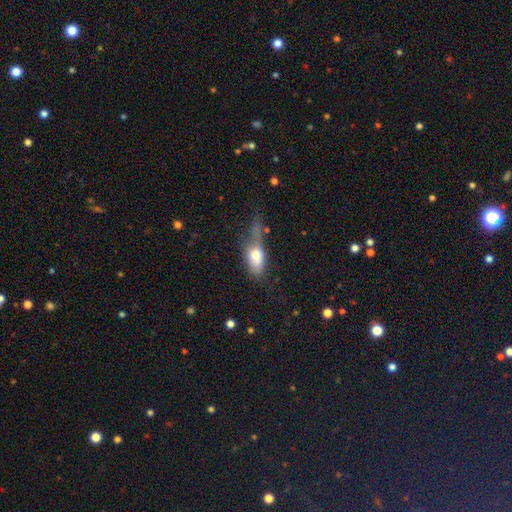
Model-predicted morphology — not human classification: Overall: smooth (67%). How rounded: in between (79%). Merging: major disturbance (34%; minor disturbance 30%).